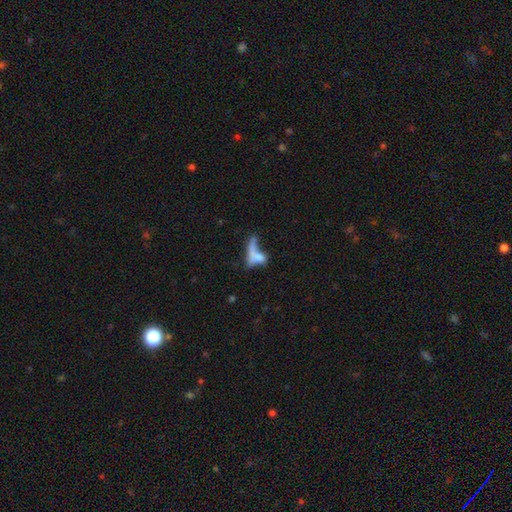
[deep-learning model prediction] The model was most divided on "how rounded": in between: 45%, cigar-shaped: 42%, round: 13%. Remaining: smooth or featured — smooth (60%); merging — merger (45%).